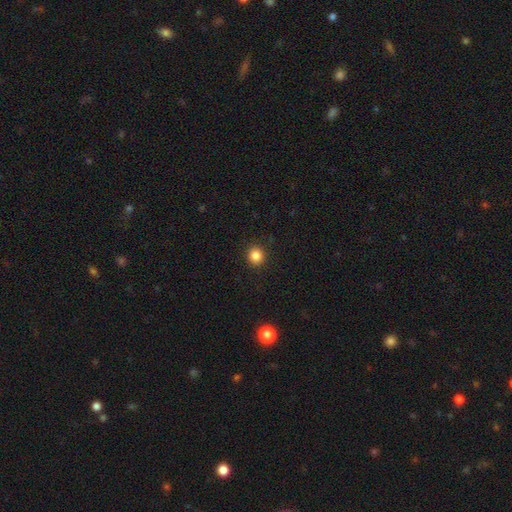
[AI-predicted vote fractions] Smooth or featured? Predicted: smooth (p=0.85). How rounded? Predicted: round (p=0.90). Merging? Predicted: none (p=0.91).